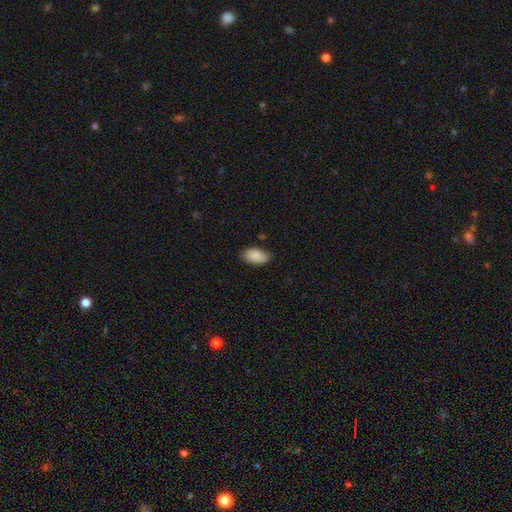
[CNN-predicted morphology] A smooth galaxy with no disk features (87%) that is in between round and cigar-shaped (94%). Merging: none (77%).